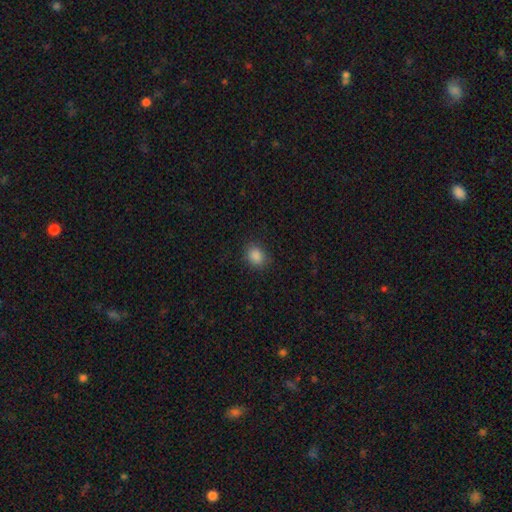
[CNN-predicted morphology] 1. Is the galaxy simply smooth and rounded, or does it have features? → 86% smooth, 11% star or artifact, 3% featured or disk.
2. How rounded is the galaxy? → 51% round, 48% in between, 1% cigar-shaped.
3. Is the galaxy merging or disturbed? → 86% none, 10% minor disturbance, 3% major disturbance, 1% merger.